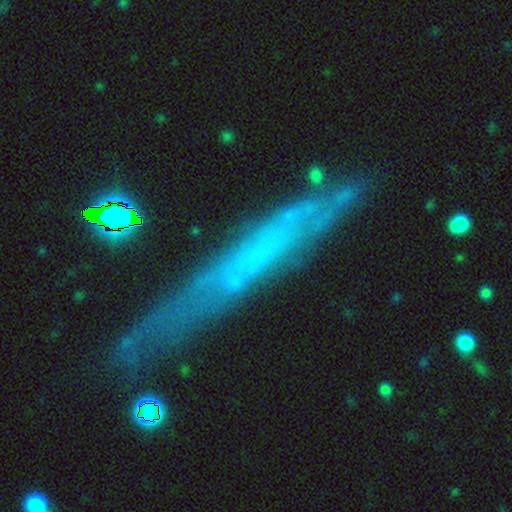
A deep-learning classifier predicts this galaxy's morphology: Smooth or featured?
  - featured or disk: 54% *
  - smooth: 35%
  - star or artifact: 11%
Edge-on disk?
  - yes: 81% *
  - no: 19%
Merging?
  - none: 73% *
  - minor disturbance: 18%
  - major disturbance: 5%
  - merger: 3%